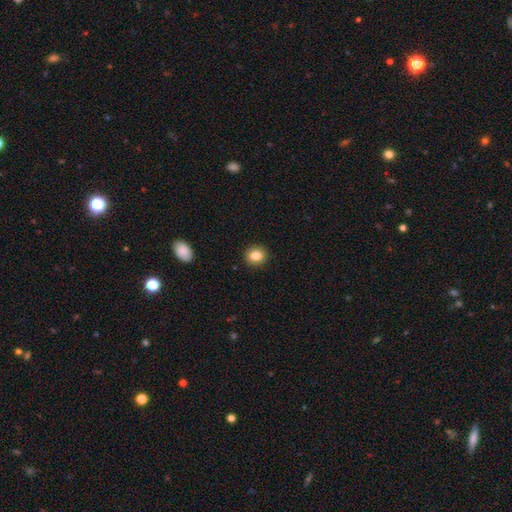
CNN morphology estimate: This is clearly a smooth galaxy (84%). How rounded: clearly round (84%). Merging: clearly none (92%).